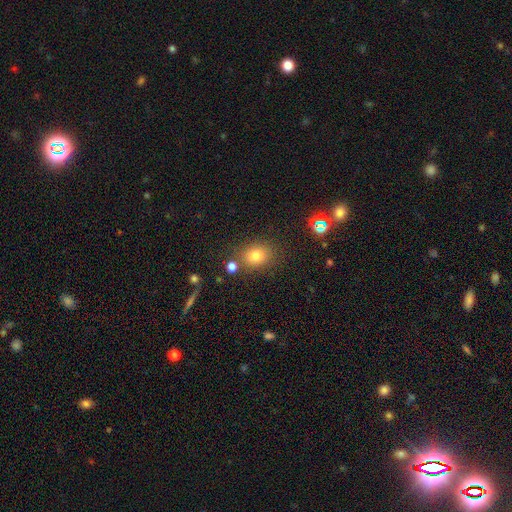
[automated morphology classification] Overall: smooth (77%). How rounded: round (55%; in between 44%). Merging: none (77%).